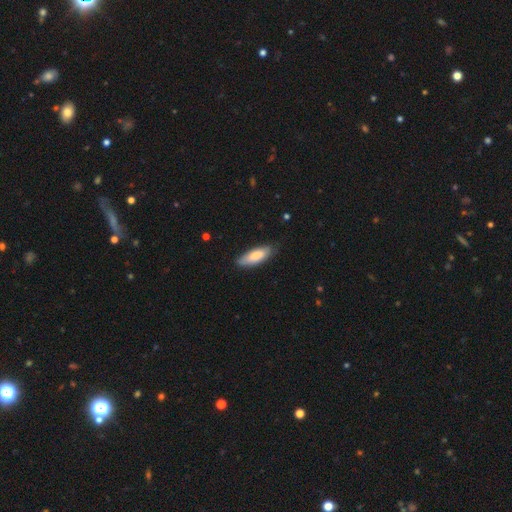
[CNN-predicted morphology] Smooth or featured? smooth (82%)
How rounded? in between (66%)
Merging? none (79%)